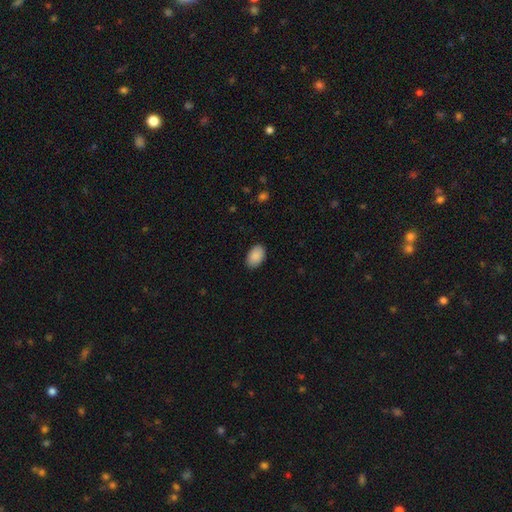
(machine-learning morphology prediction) This is clearly a smooth galaxy (90%). How rounded: clearly in between (91%). Merging: clearly none (88%).